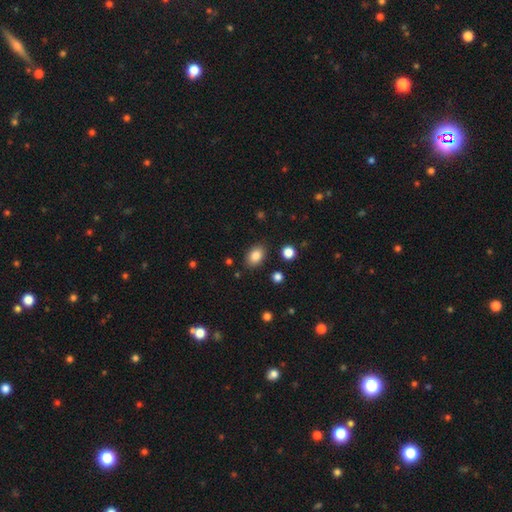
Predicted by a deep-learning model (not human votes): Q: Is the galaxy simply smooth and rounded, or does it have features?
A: smooth — 85%.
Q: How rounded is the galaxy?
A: in between — 82%.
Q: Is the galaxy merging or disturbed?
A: none — 85%.